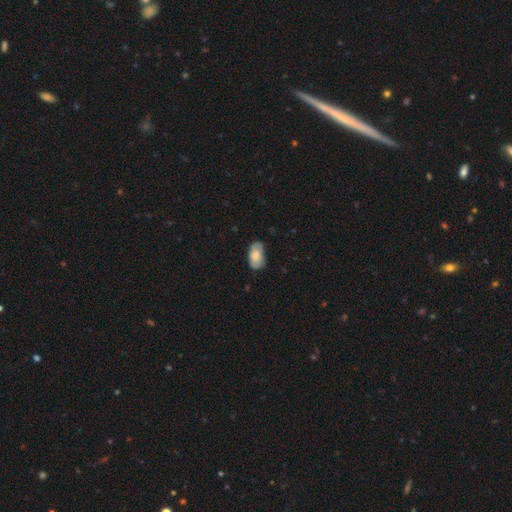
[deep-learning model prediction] Morphology: type=smooth (74%); roundness=in between (94%); merging=none (68%).